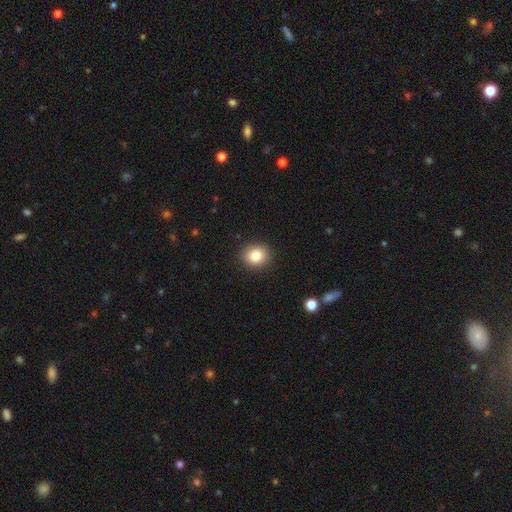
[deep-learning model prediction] Smooth or featured? Predicted: smooth (p=0.83). How rounded? Predicted: round (p=0.68). Merging? Predicted: none (p=0.90).